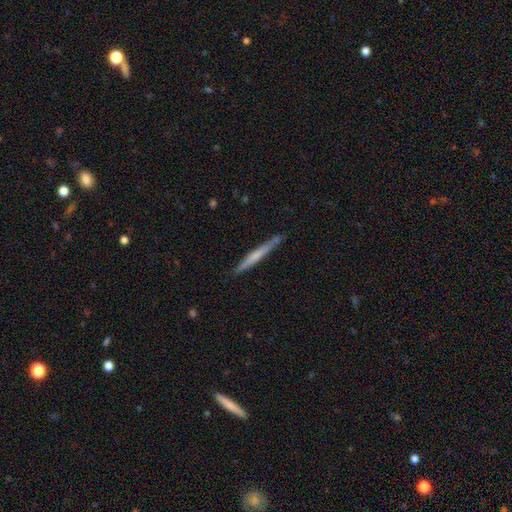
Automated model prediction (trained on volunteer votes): Q: Smooth or featured?
A: featured or disk (48%); runner-up: smooth (47%)
Q: Merging?
A: none (89%); runner-up: minor disturbance (9%)